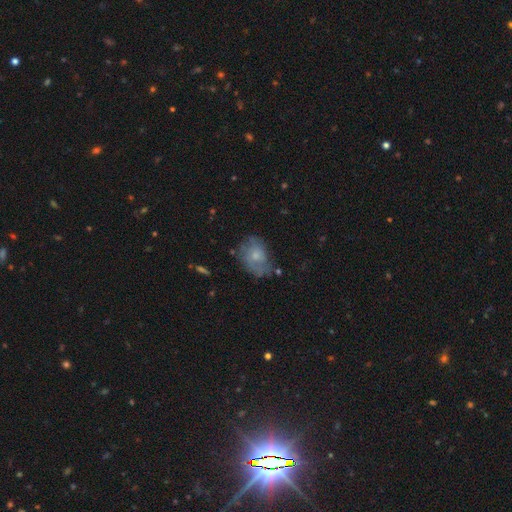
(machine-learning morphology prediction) Overall: smooth (50%; featured or disk 42%). How rounded: in between (71%). Merging: none (52%; minor disturbance 30%).